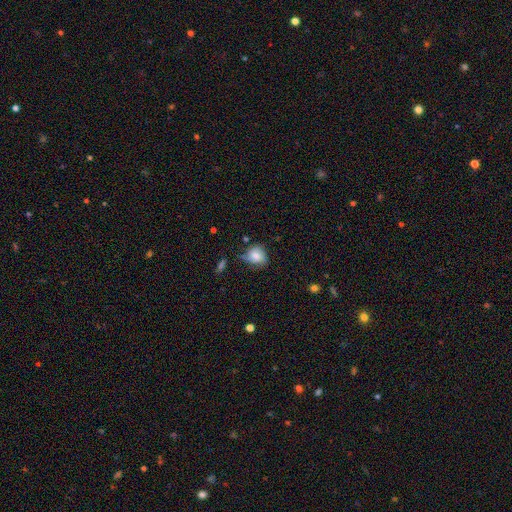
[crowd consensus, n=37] Smooth or featured? 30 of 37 (81%) said smooth. How rounded? 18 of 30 (60%) said round. Merging? 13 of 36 (36%) said none.